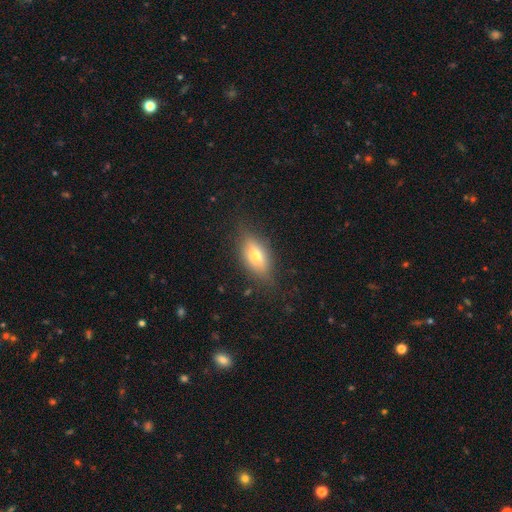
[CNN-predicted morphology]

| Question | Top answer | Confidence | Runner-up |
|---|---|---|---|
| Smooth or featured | smooth | 63% | featured or disk (28%) |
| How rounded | in between | 81% | cigar-shaped (12%) |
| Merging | none | 78% | minor disturbance (16%) |